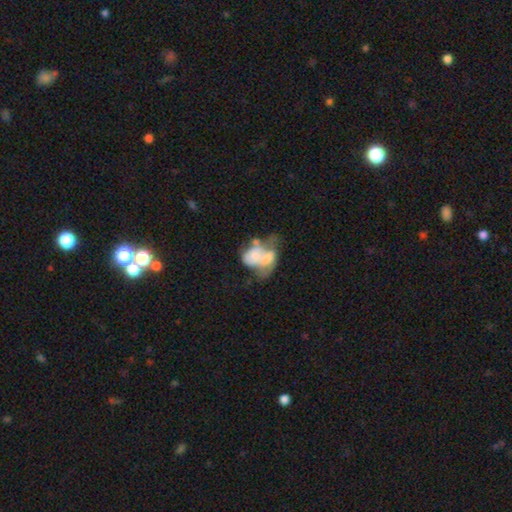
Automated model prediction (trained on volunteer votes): A featured or disk galaxy (46%). Merging: merger (61%).